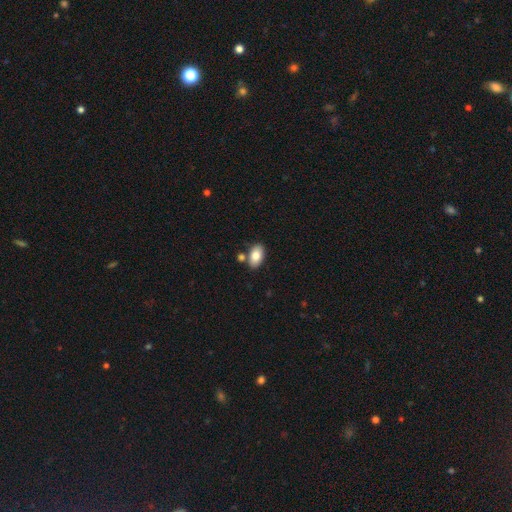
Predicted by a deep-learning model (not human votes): Smooth or featured?
  - smooth: 83% *
  - featured or disk: 10%
  - star or artifact: 7%
How rounded?
  - in between: 93% *
  - round: 6%
  - cigar-shaped: 2%
Merging?
  - none: 75% *
  - merger: 12%
  - minor disturbance: 11%
  - major disturbance: 3%